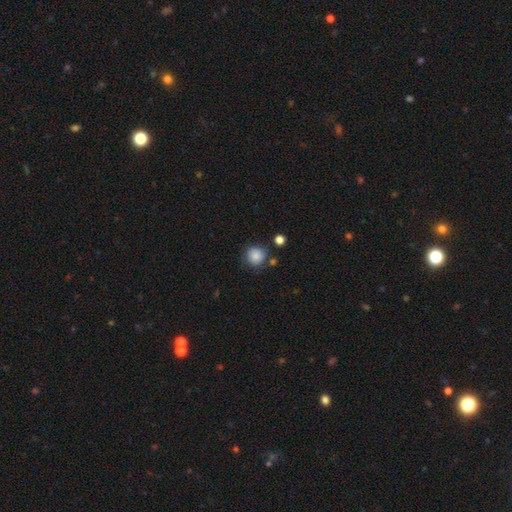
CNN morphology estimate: Smooth or featured: smooth — 85% (star or artifact — 9%)
How rounded: round — 91% (in between — 8%)
Merging: none — 74% (minor disturbance — 16%)